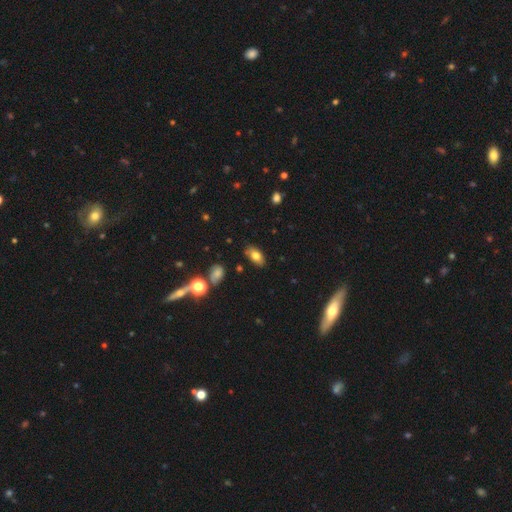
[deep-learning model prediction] This is likely a smooth galaxy (77%). How rounded: clearly in between (90%). Merging: clearly none (82%).